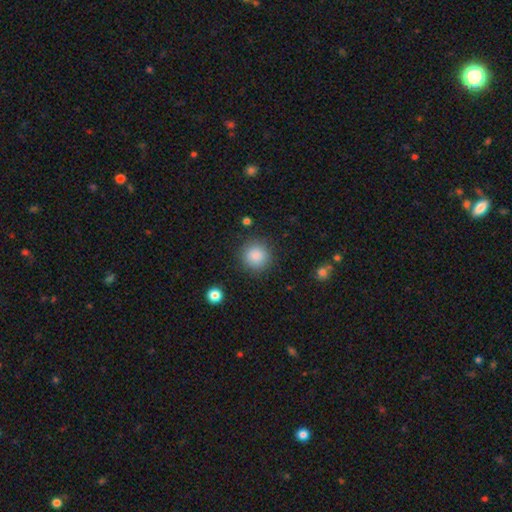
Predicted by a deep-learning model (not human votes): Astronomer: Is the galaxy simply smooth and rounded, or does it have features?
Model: smooth — 87%.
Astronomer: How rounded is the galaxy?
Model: round — 93%.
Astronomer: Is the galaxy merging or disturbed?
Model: none — 88%.